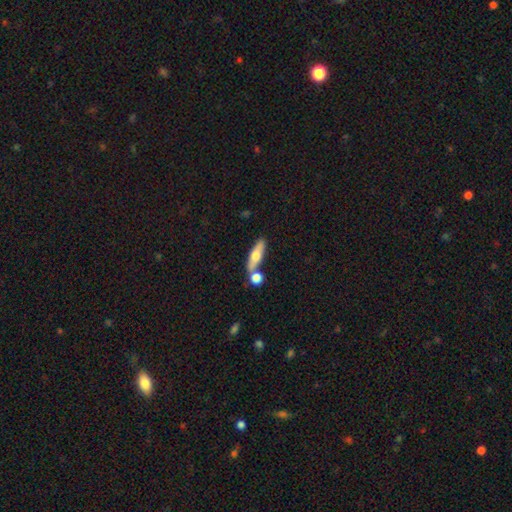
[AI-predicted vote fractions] The model was most divided on "how rounded": cigar-shaped: 57%, in between: 39%, round: 5%. More confident: merging — none (60%); smooth or featured — smooth (58%).